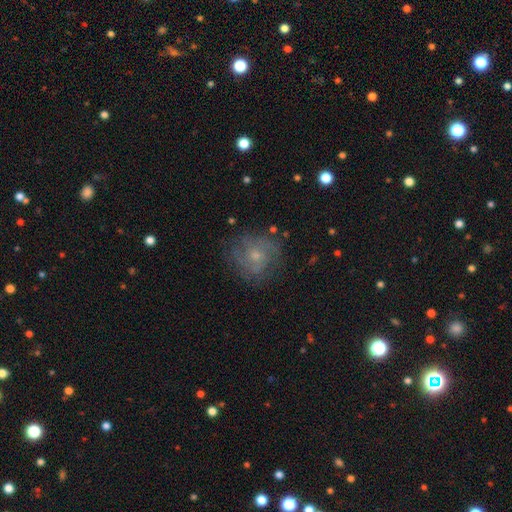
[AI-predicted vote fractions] Smooth or featured? featured or disk (56%)
Edge-on disk? no (97%)
Bar? no (78%)
Spiral arms? yes (73%)
Bulge size? small (60%)
Merging? none (71%)